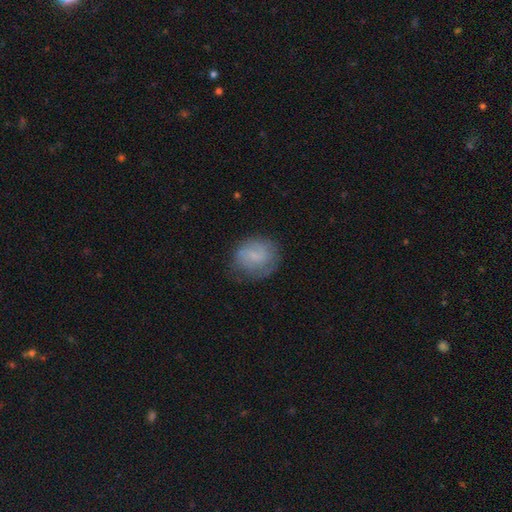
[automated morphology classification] A smooth galaxy with no disk features (57%) that is round (69%).

Vote fractions:
- Smooth or featured? smooth: 57% / featured or disk: 35% / star or artifact: 8%
- How rounded? round: 69% / in between: 30% / cigar-shaped: 1%
- Merging? none: 65% / minor disturbance: 23% / major disturbance: 10% / merger: 1%